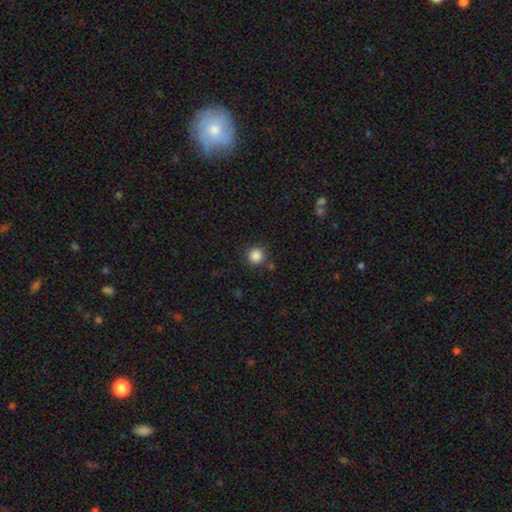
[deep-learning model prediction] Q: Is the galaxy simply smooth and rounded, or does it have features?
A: smooth — 86%.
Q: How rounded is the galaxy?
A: round — 95%.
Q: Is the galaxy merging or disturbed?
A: none — 88%.